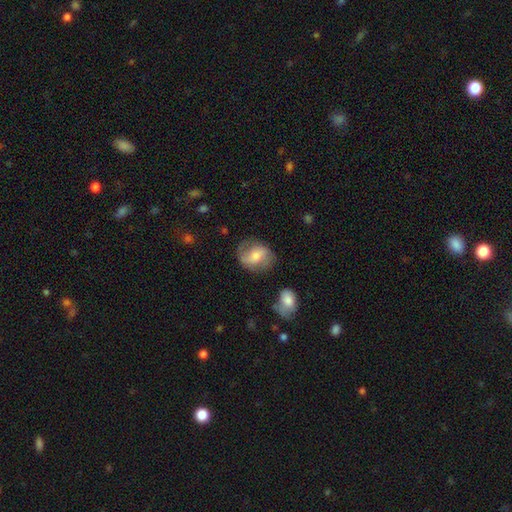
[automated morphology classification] A featured or disk galaxy (55%) with a weak bar (45%), spiral arms (82%) and a moderate central bulge (56%).

Vote fractions:
- Smooth or featured? featured or disk: 55% / smooth: 38% / star or artifact: 7%
- Edge-on disk? no: 96% / yes: 4%
- Bar? weak: 45% / no: 30% / strong: 25%
- Spiral arms? yes: 82% / no: 18%
- Bulge size? moderate: 56% / small: 33% / large: 6% / none: 3% / dominant: 1%
- Merging? none: 69% / minor disturbance: 20% / major disturbance: 8% / merger: 3%